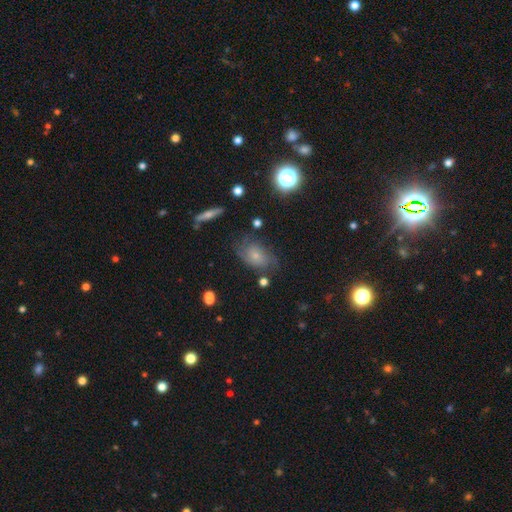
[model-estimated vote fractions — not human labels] Smooth or featured: featured or disk — 49% (smooth — 37%)
Merging: none — 59% (minor disturbance — 25%)